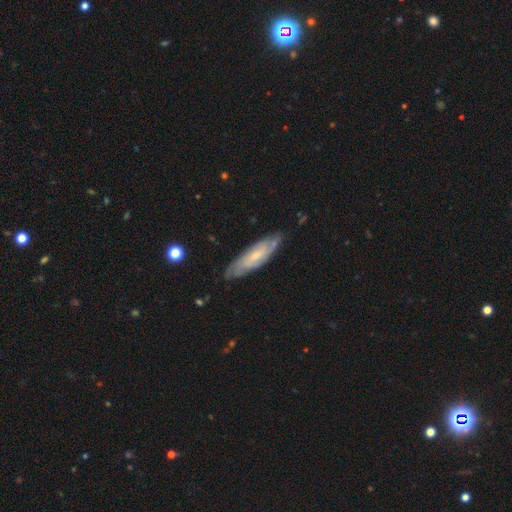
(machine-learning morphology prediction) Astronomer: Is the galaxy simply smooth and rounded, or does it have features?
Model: featured or disk — 66%.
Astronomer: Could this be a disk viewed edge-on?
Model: no — 73%.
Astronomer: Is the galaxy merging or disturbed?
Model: none — 76%.